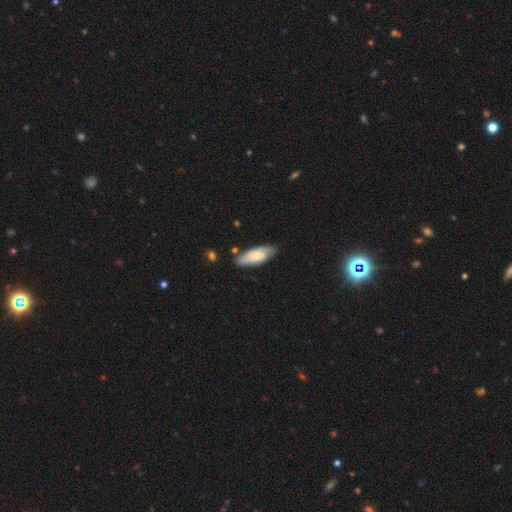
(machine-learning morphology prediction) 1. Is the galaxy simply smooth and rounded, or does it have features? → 65% smooth, 29% featured or disk, 6% star or artifact.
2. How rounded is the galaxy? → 75% in between, 24% cigar-shaped, 2% round.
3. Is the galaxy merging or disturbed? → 78% none, 16% minor disturbance, 3% merger, 3% major disturbance.